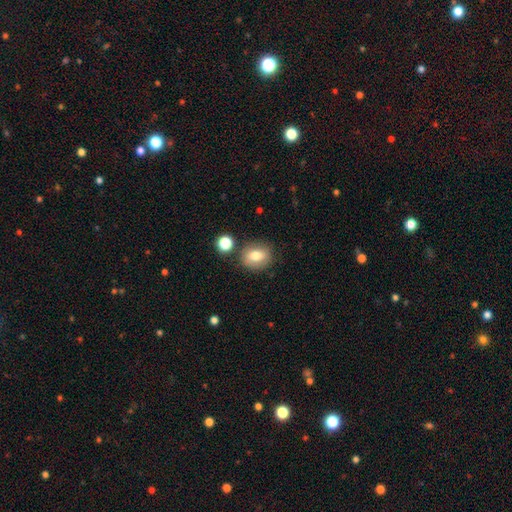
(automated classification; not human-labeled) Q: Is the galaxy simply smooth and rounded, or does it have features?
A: smooth — 72%.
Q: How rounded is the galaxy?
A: round — 60%.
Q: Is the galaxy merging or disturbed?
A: none — 79%.